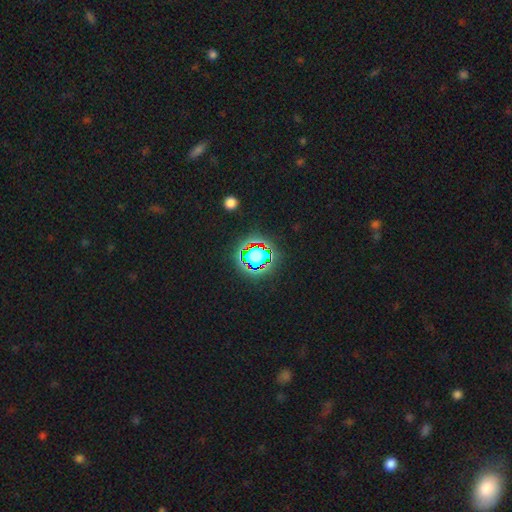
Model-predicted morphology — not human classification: Smooth or featured? star or artifact (64%)